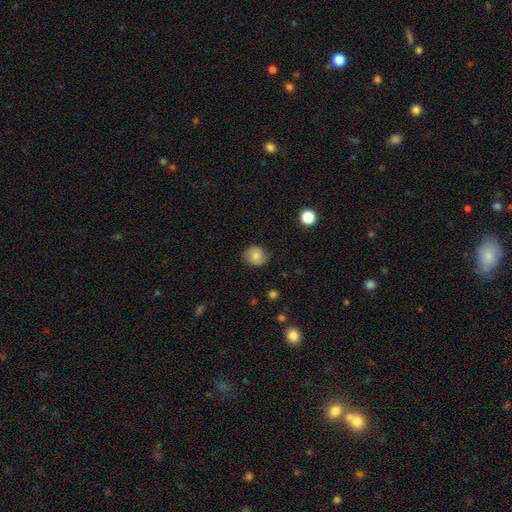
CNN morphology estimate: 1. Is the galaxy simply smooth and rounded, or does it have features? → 62% smooth, 29% featured or disk, 9% star or artifact.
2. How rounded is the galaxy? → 79% round, 20% in between, 1% cigar-shaped.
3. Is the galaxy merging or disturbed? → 77% none, 17% minor disturbance, 4% major disturbance, 1% merger.